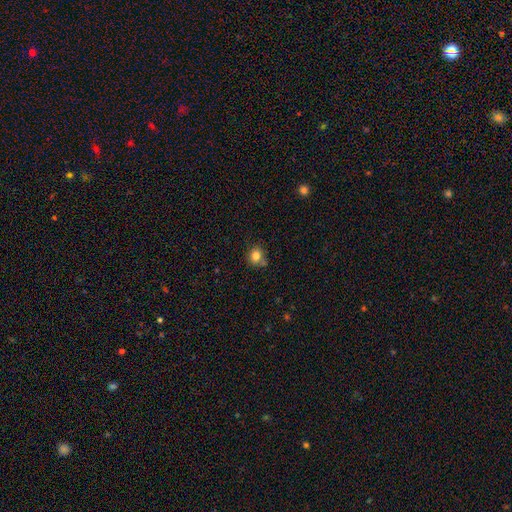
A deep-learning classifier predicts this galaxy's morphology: Q: Smooth or featured?
A: smooth (81%); runner-up: star or artifact (12%)
Q: How rounded?
A: round (80%); runner-up: in between (20%)
Q: Merging?
A: none (70%); runner-up: minor disturbance (16%)